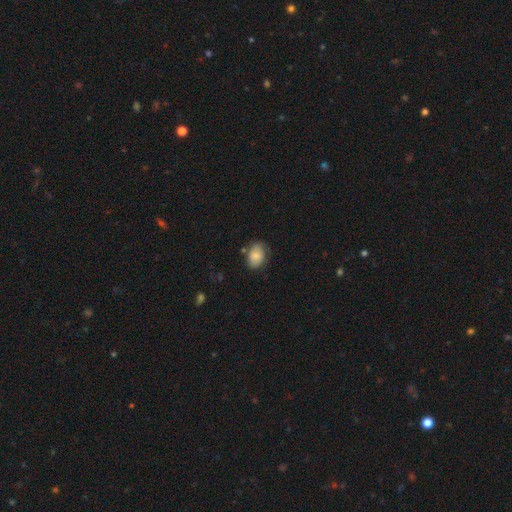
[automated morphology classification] smooth-or-featured: smooth: 78% | featured or disk: 14% | star or artifact: 8%
  how-rounded: in between: 71% | round: 28% | cigar-shaped: 1%
  merging: none: 69% | minor disturbance: 22% | major disturbance: 6% | merger: 4%